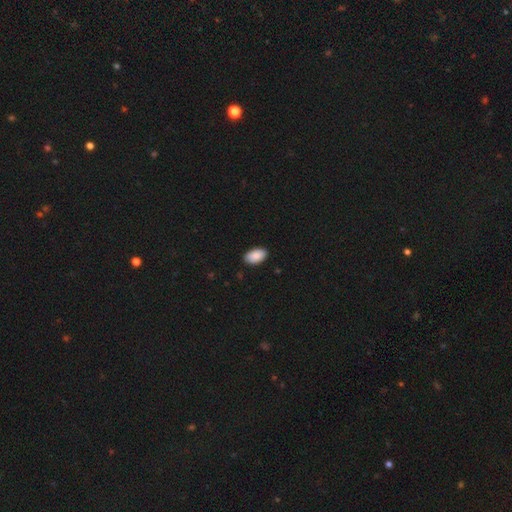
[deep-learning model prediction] Overall: smooth (89%). How rounded: in between (96%). Merging: none (88%).